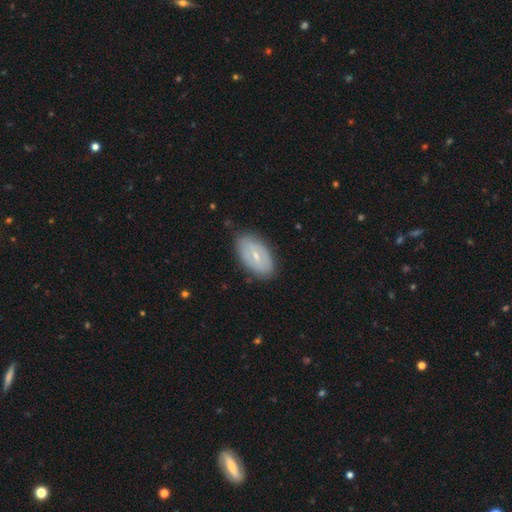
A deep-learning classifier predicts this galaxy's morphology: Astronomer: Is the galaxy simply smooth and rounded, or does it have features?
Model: featured or disk — 53% (runner-up: smooth, 41%).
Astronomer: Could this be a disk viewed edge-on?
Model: no — 91%.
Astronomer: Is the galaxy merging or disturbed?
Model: none — 81%.